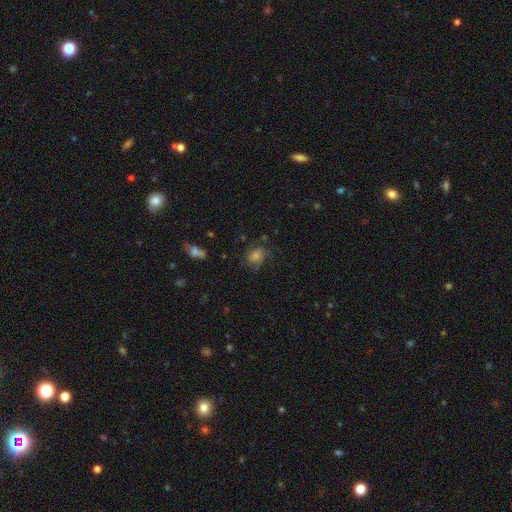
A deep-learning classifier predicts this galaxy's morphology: Smooth or featured? Predicted: featured or disk (p=0.40, tied with smooth). Merging? Predicted: none (p=0.66).